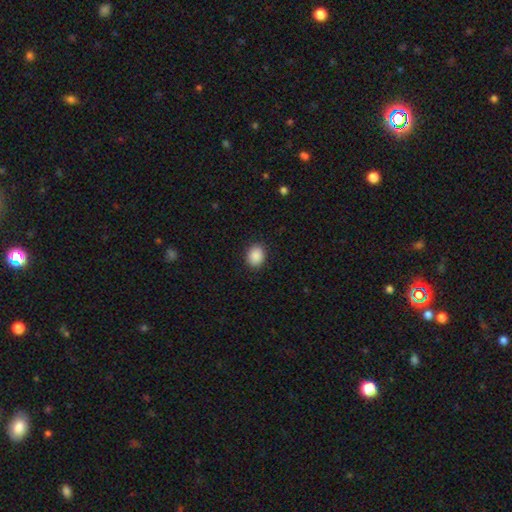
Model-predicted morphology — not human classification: This is clearly a smooth galaxy (89%). How rounded: possibly in between (51%). Merging: clearly none (90%).